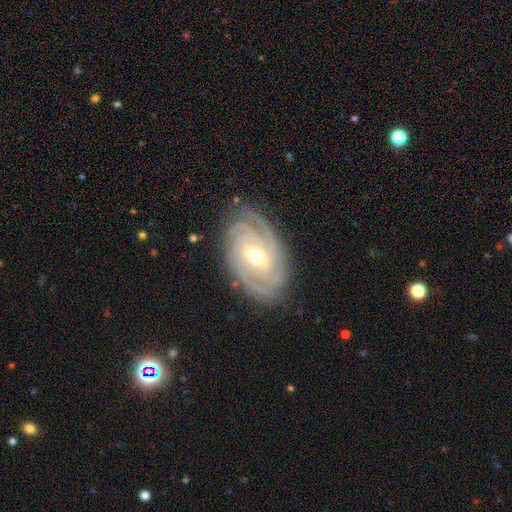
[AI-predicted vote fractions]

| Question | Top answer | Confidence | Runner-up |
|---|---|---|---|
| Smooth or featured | featured or disk | 91% | star or artifact (5%) |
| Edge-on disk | no | 96% | yes (4%) |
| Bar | weak | 43% | no (35%) |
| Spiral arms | yes | 98% | no (2%) |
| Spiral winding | tight | 78% | medium (20%) |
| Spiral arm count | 3 | 34% | 4 (33%) |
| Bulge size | moderate | 59% | small (38%) |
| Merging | none | 82% | minor disturbance (14%) |